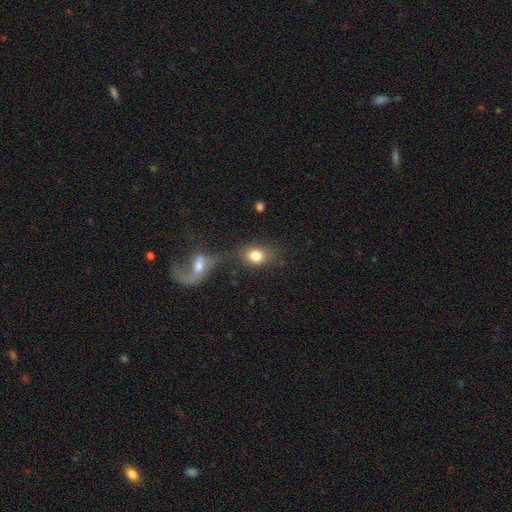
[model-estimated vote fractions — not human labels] Overall: smooth (80%). How rounded: in between (55%; round 43%). Merging: none (48%; merger 32%).